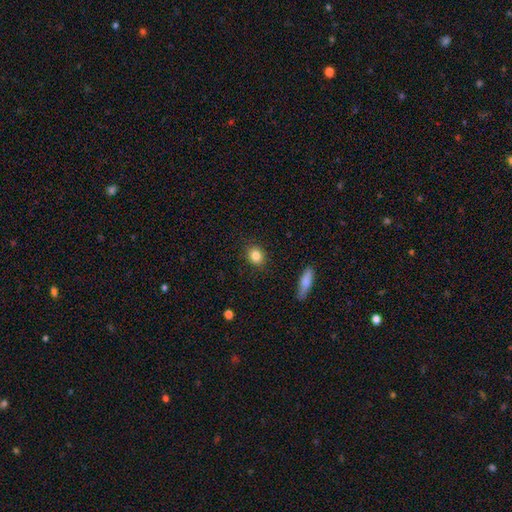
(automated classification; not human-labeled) Smooth or featured? Predicted: smooth (p=0.84). How rounded? Predicted: round (p=0.62). Merging? Predicted: none (p=0.88).